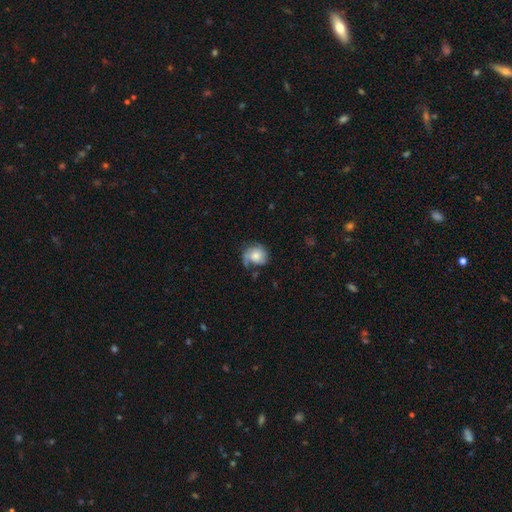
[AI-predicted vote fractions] smooth_or_featured: smooth (p=0.56) [alt: featured or disk p=0.36]
how_rounded: round (p=0.69) [alt: in between p=0.30]
merging: none (p=0.47) [alt: minor disturbance p=0.29]